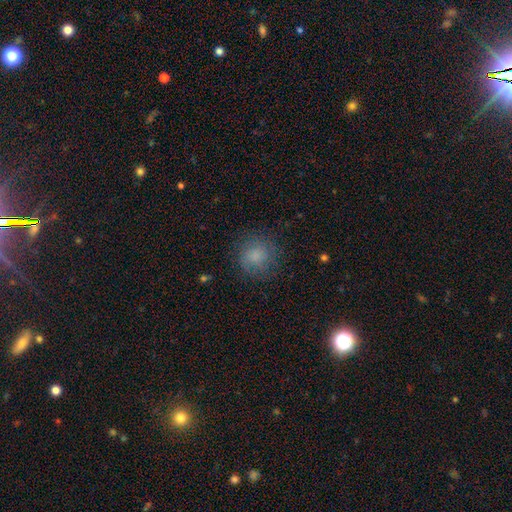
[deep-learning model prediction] Smooth or featured?
  - smooth: 77% *
  - featured or disk: 13%
  - star or artifact: 11%
How rounded?
  - round: 90% *
  - in between: 9%
  - cigar-shaped: 1%
Merging?
  - none: 80% *
  - minor disturbance: 13%
  - major disturbance: 6%
  - merger: 1%